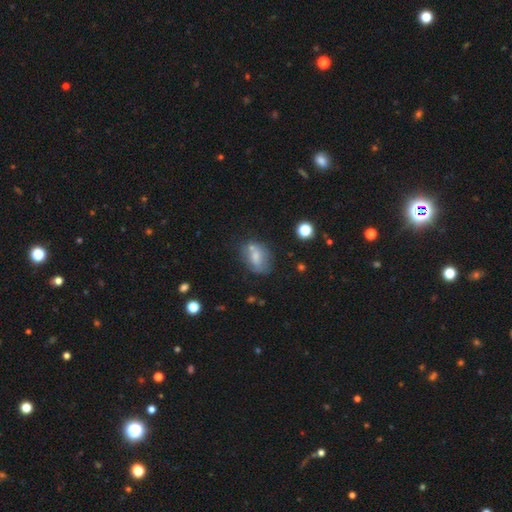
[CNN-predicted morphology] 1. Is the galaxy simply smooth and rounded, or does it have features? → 62% smooth, 28% featured or disk, 11% star or artifact.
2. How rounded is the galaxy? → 77% in between, 21% round, 2% cigar-shaped.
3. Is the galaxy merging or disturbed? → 47% none, 23% minor disturbance, 18% merger, 11% major disturbance.